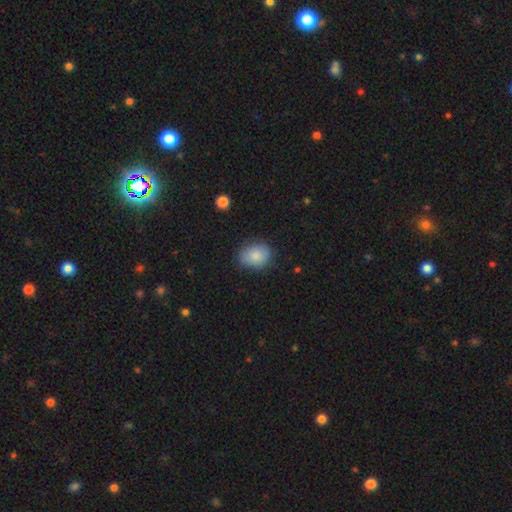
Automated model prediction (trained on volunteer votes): smooth_or_featured: smooth (p=0.85) [alt: star or artifact p=0.08]
how_rounded: in between (p=0.62) [alt: round p=0.37]
merging: none (p=0.80) [alt: minor disturbance p=0.15]